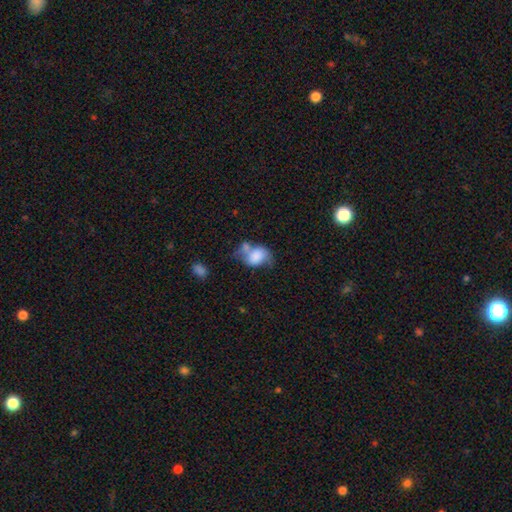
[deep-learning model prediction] smooth-or-featured: smooth: 68% | featured or disk: 23% | star or artifact: 9%
  how-rounded: in between: 68% | round: 31% | cigar-shaped: 1%
  merging: merger: 33% | none: 24% | minor disturbance: 23% | major disturbance: 20%